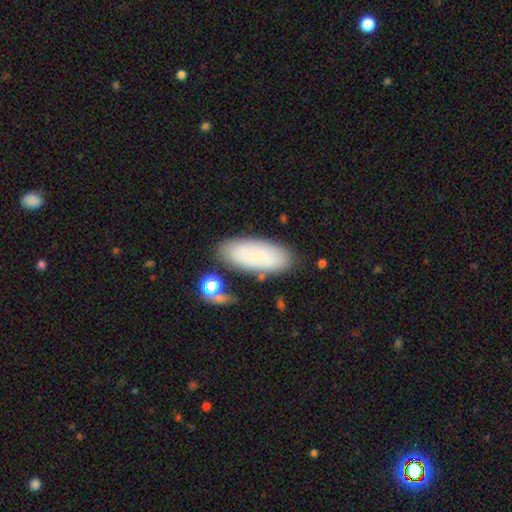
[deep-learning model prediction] Smooth or featured?
  - smooth: 73% *
  - featured or disk: 18%
  - star or artifact: 9%
How rounded?
  - in between: 85% *
  - cigar-shaped: 13%
  - round: 2%
Merging?
  - none: 71% *
  - minor disturbance: 17%
  - merger: 7%
  - major disturbance: 5%